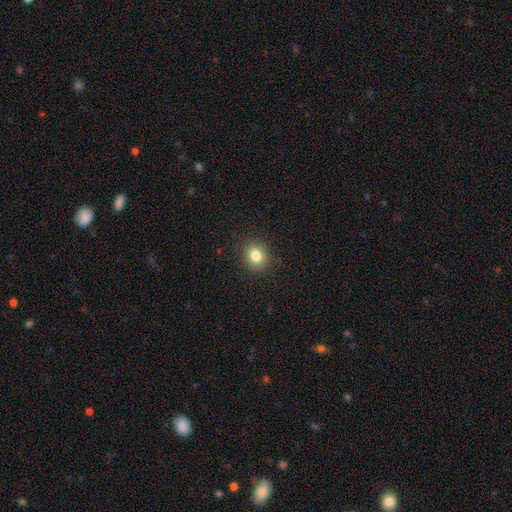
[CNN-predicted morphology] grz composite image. It shows a smooth galaxy with no disk features (82%) that is round (75%). Merging: none (89%).